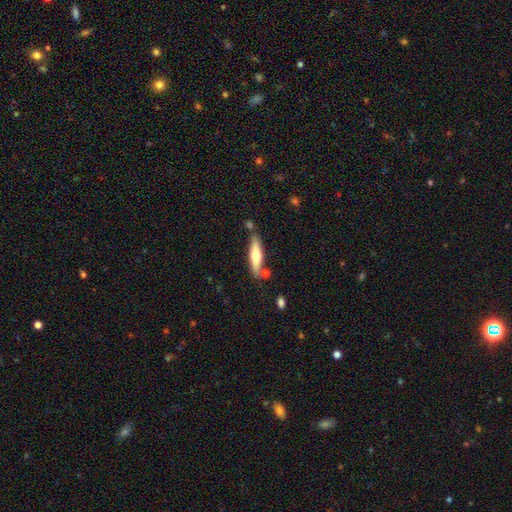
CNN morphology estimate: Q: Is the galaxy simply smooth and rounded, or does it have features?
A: smooth — 57%.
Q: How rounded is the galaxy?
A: cigar-shaped — 75%.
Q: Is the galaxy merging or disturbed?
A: none — 76%.